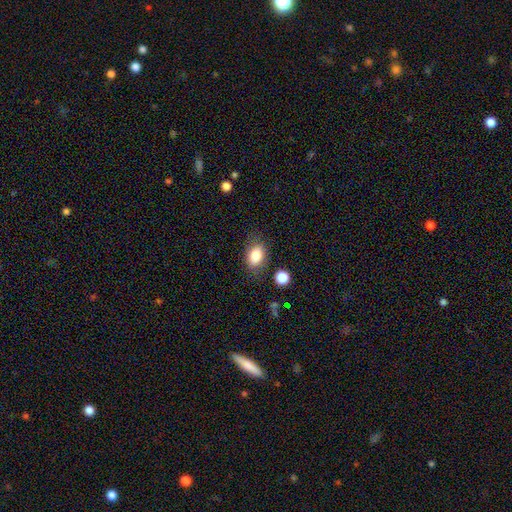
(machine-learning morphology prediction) Smooth or featured: smooth — 84% (star or artifact — 8%)
How rounded: in between — 83% (round — 15%)
Merging: none — 76% (minor disturbance — 16%)